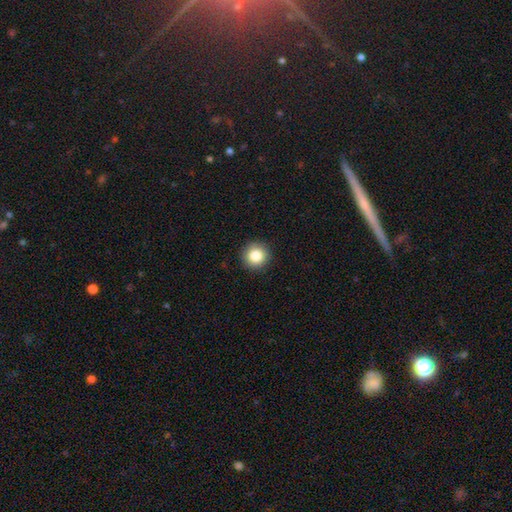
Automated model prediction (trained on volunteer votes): Overall: smooth (85%). How rounded: round (95%). Merging: none (92%).